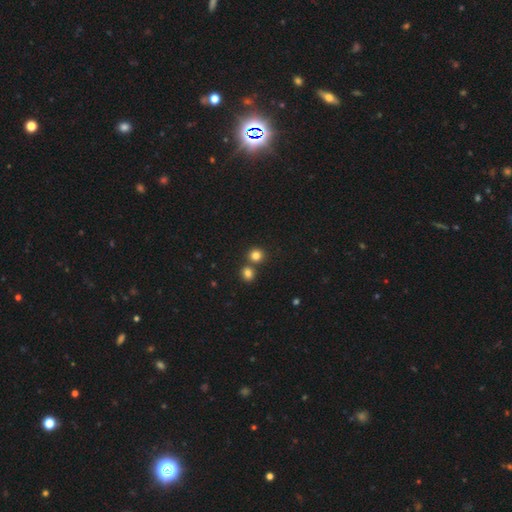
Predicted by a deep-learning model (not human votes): Q: Smooth or featured?
A: smooth (82%); runner-up: star or artifact (13%)
Q: How rounded?
A: round (88%); runner-up: in between (11%)
Q: Merging?
A: none (68%); runner-up: merger (23%)